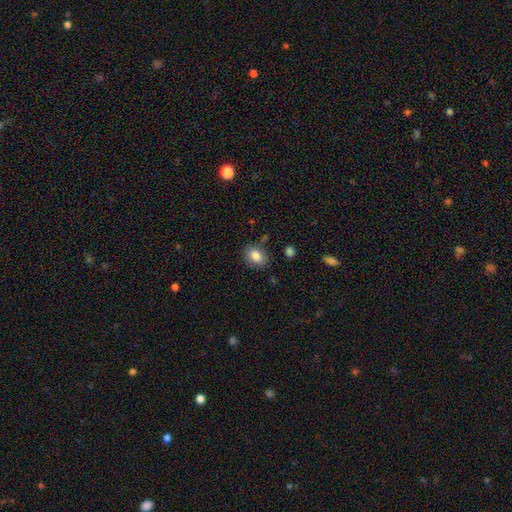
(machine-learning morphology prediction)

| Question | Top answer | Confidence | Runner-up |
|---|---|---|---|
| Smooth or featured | smooth | 84% | star or artifact (9%) |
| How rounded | in between | 61% | round (38%) |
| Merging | none | 80% | minor disturbance (14%) |